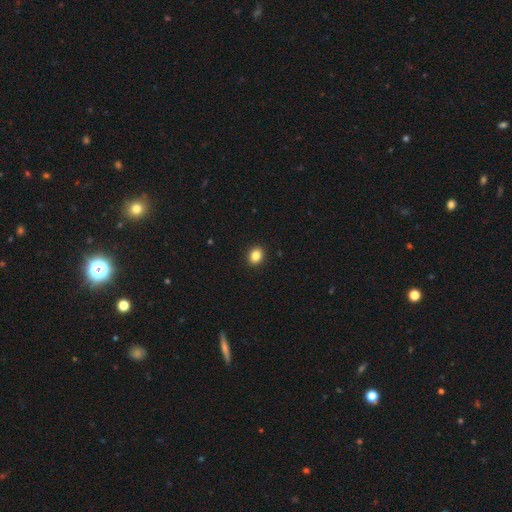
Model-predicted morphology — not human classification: smooth 85%, star or artifact 10%, featured or disk 5%. Down the decision tree: how rounded — round (52%); merging — none (92%).